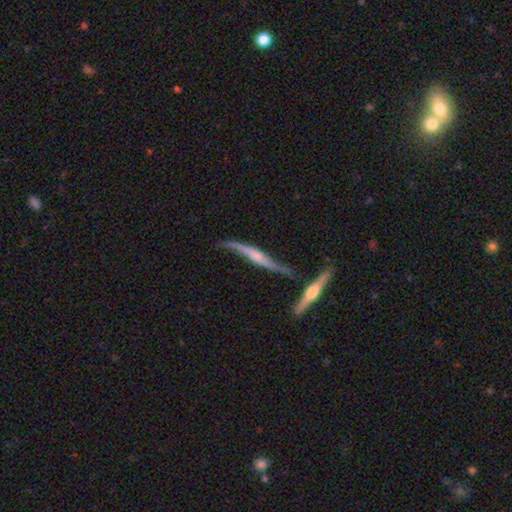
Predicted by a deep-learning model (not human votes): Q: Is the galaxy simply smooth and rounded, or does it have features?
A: featured or disk — 79%.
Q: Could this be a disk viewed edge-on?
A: yes — 79%.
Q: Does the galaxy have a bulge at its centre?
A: rounded — 69%.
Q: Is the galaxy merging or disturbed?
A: none — 48%.